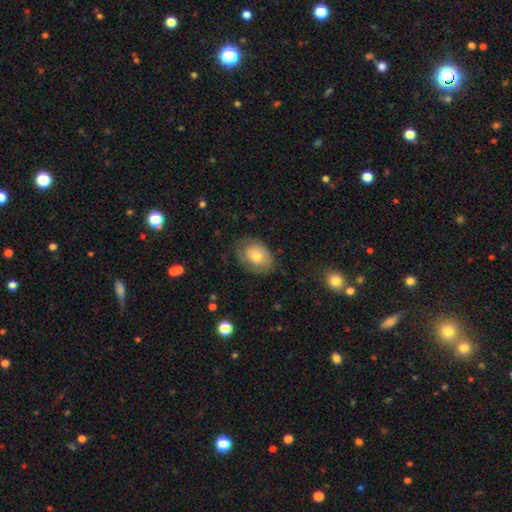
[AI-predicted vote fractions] The model was most divided on "smooth or featured": smooth: 63%, featured or disk: 30%, star or artifact: 8%. More confident: how rounded — in between (69%); merging — none (67%).